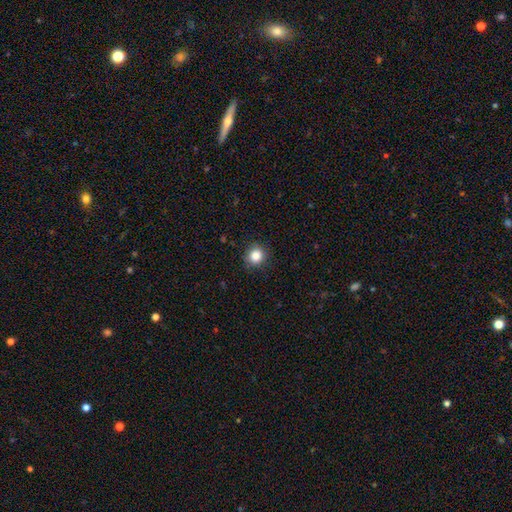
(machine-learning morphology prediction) type=smooth (86%); roundness=round (86%); merging=none (88%).